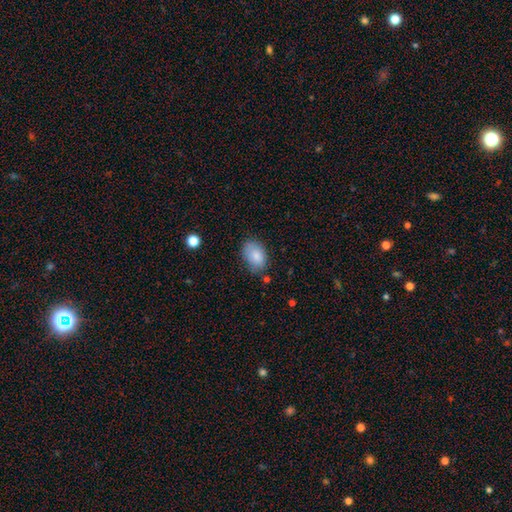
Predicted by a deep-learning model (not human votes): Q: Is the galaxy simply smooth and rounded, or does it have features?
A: smooth — 85%.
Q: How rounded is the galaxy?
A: in between — 88%.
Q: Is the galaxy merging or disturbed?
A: none — 72%.